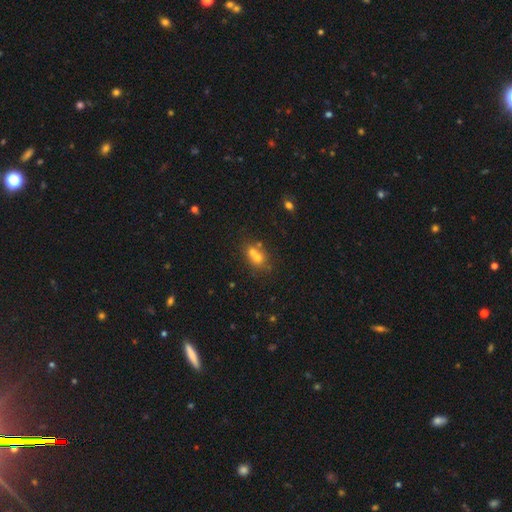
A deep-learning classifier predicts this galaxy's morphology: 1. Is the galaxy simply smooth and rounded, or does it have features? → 62% smooth, 22% featured or disk, 16% star or artifact.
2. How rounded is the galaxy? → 63% round, 36% in between, 2% cigar-shaped.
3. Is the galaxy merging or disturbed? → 57% merger, 33% none, 7% minor disturbance, 4% major disturbance.